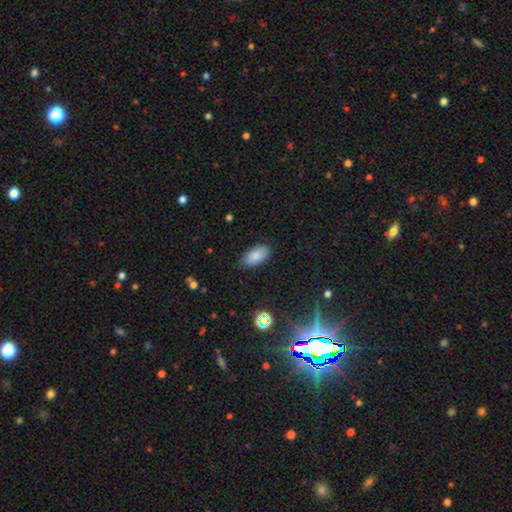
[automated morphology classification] Smooth or featured: smooth — 85% (star or artifact — 8%)
How rounded: in between — 93% (cigar-shaped — 4%)
Merging: none — 84% (minor disturbance — 12%)